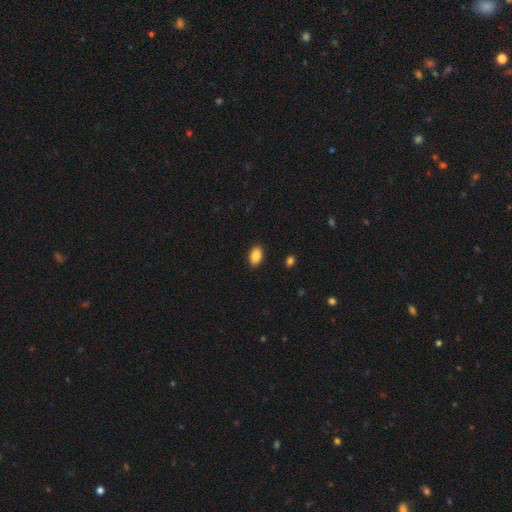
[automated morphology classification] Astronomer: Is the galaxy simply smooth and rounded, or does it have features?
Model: smooth — 88%.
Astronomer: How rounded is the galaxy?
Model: in between — 92%.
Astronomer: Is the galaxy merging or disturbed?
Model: none — 90%.